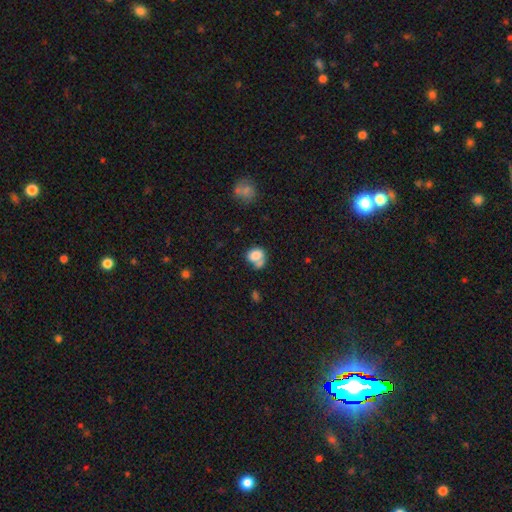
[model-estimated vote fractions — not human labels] This appears to be a smooth galaxy with no disk features (79%) that is in between round and cigar-shaped (50%). Merging: merger (38%).